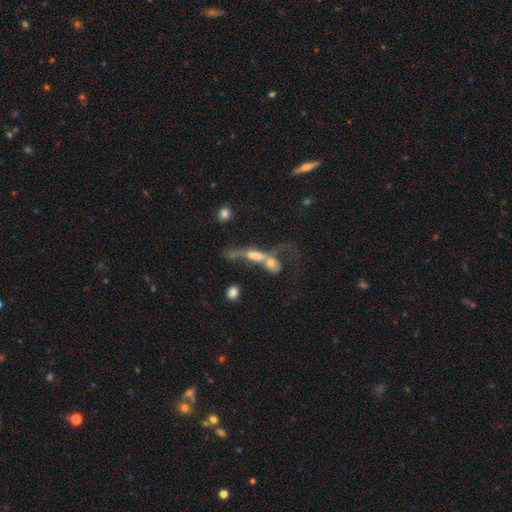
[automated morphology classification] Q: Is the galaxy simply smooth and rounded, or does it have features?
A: featured or disk — 51%.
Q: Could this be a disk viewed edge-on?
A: no — 53%.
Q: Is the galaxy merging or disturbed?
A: merger — 58%.